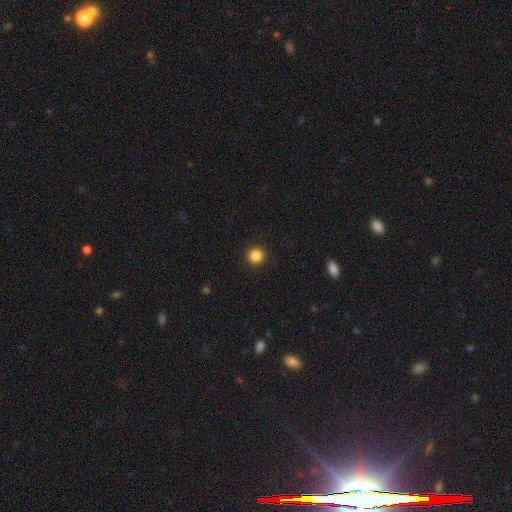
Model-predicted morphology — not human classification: This is clearly a smooth galaxy (86%). How rounded: clearly round (96%). Merging: clearly none (93%).